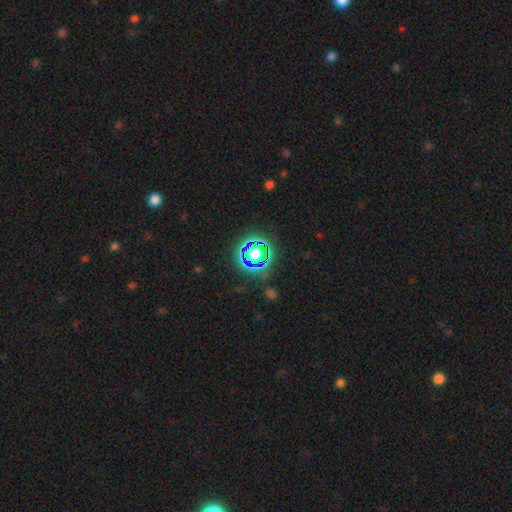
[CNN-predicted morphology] type=star or artifact (77%).